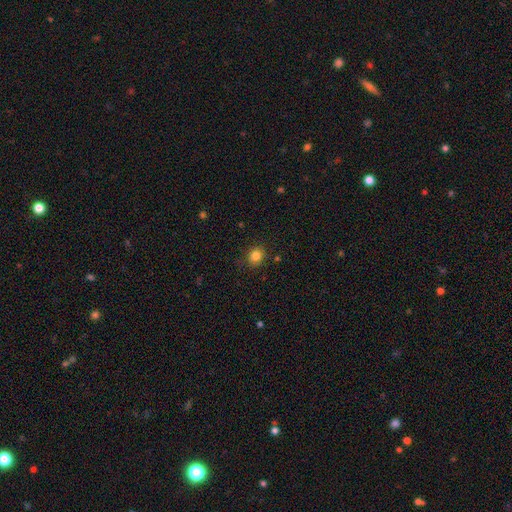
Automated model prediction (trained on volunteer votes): smooth_or_featured: smooth (p=0.83) [alt: star or artifact p=0.12]
how_rounded: round (p=0.76) [alt: in between p=0.23]
merging: none (p=0.86) [alt: minor disturbance p=0.10]